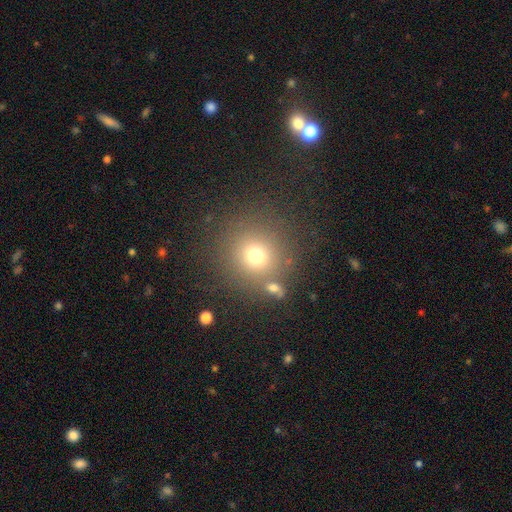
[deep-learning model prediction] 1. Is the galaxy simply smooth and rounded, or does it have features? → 71% smooth, 18% star or artifact, 11% featured or disk.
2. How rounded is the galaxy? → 92% round, 7% in between, 1% cigar-shaped.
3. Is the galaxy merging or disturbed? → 78% none, 9% minor disturbance, 8% merger, 5% major disturbance.